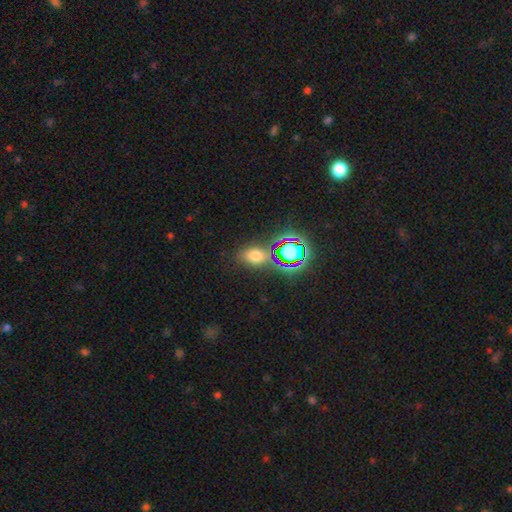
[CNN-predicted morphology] The model was most divided on "smooth or featured": smooth: 59%, star or artifact: 31%, featured or disk: 10%. More confident: how rounded — in between (75%); merging — none (73%).